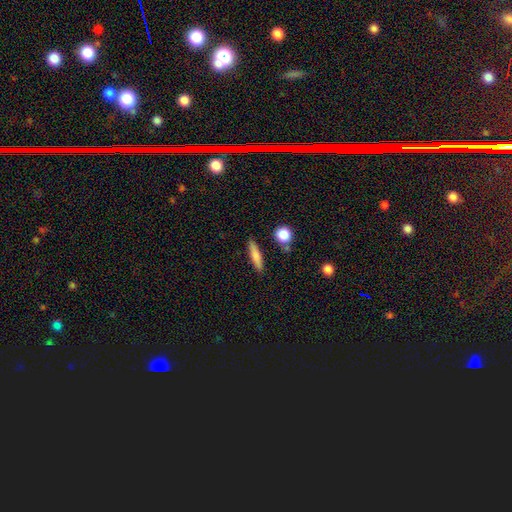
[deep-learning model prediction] Overall: smooth (74%). How rounded: cigar-shaped (80%). Merging: none (84%).